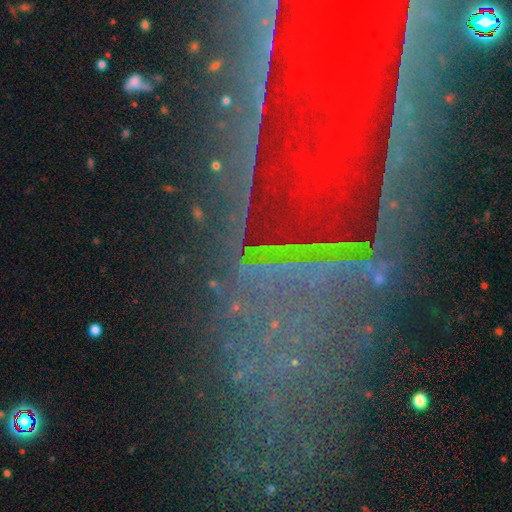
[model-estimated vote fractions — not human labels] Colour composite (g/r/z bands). It shows a star or artifact, not a galaxy (86%).